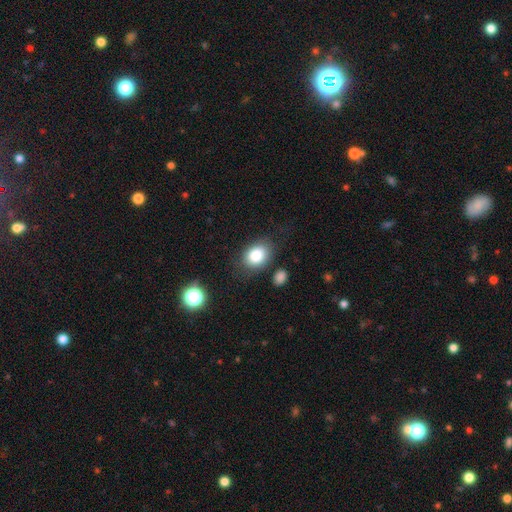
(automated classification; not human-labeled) This appears to be a smooth galaxy with no disk features (83%) that is in between round and cigar-shaped (67%). Merging: none (75%).